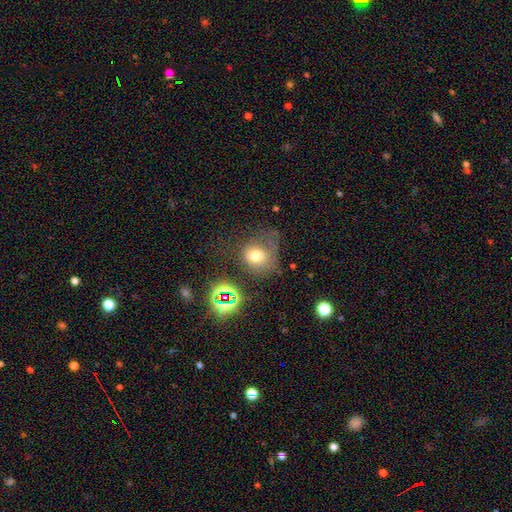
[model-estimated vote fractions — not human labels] A smooth galaxy with no disk features (67%) that is round (72%).

Vote fractions:
- Smooth or featured? smooth: 67% / star or artifact: 18% / featured or disk: 15%
- How rounded? round: 72% / in between: 27% / cigar-shaped: 1%
- Merging? none: 42% / major disturbance: 28% / minor disturbance: 24% / merger: 6%